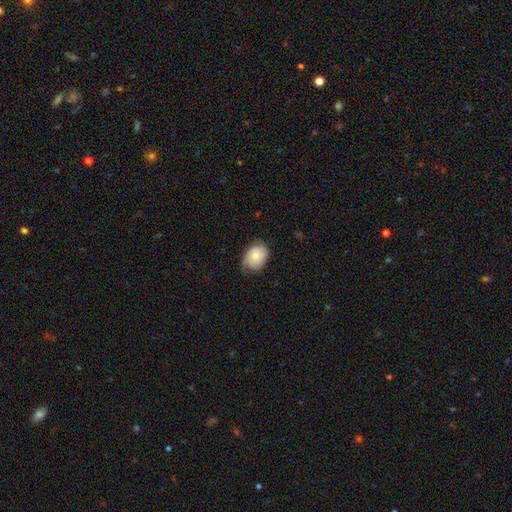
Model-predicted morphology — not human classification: A smooth galaxy with no disk features (60%) that is in between round and cigar-shaped (65%). Merging: none (61%).